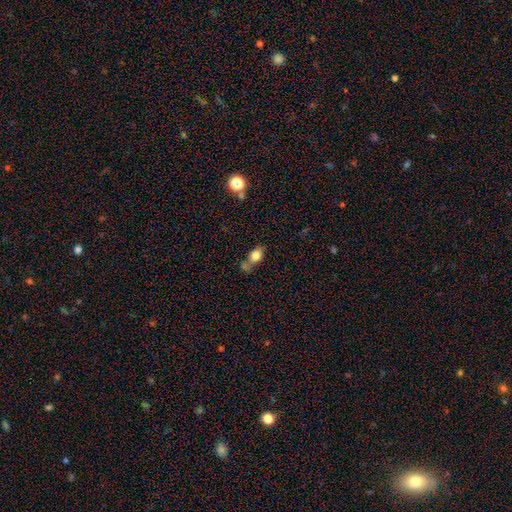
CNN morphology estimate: A smooth galaxy with no disk features (74%) that is in between round and cigar-shaped (61%).

Vote fractions:
- Smooth or featured? smooth: 74% / featured or disk: 15% / star or artifact: 11%
- How rounded? in between: 61% / round: 32% / cigar-shaped: 7%
- Merging? none: 39% / merger: 31% / minor disturbance: 20% / major disturbance: 11%